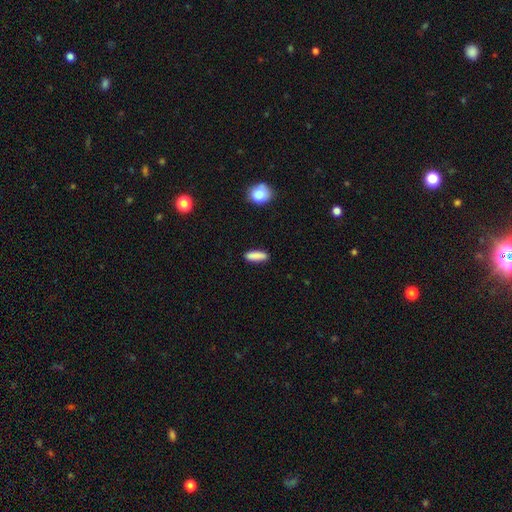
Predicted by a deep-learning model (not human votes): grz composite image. It shows a smooth galaxy with no disk features (88%) that is cigar-shaped (54%). Merging: none (86%).